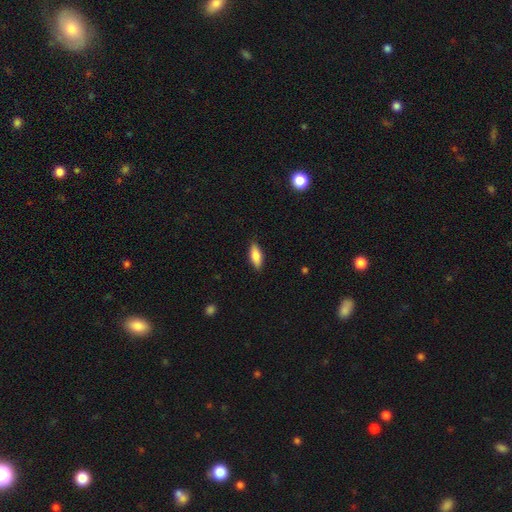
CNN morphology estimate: smooth 83%, featured or disk 11%, star or artifact 6%. Down the decision tree: how rounded — in between (75%); merging — none (87%).